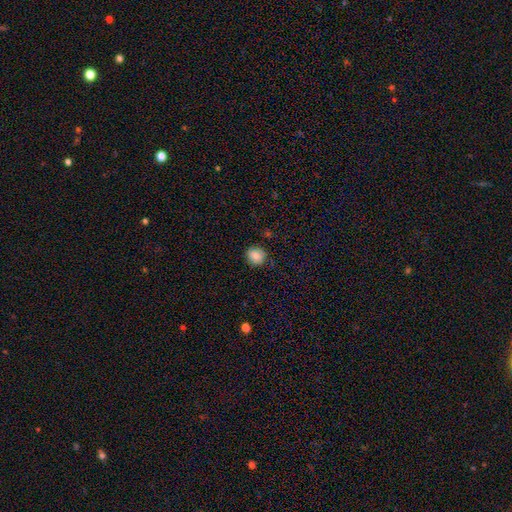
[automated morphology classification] smooth-or-featured: smooth: 86% | star or artifact: 9% | featured or disk: 5%
  how-rounded: round: 84% | in between: 15% | cigar-shaped: 1%
  merging: none: 87% | minor disturbance: 9% | major disturbance: 2% | merger: 1%